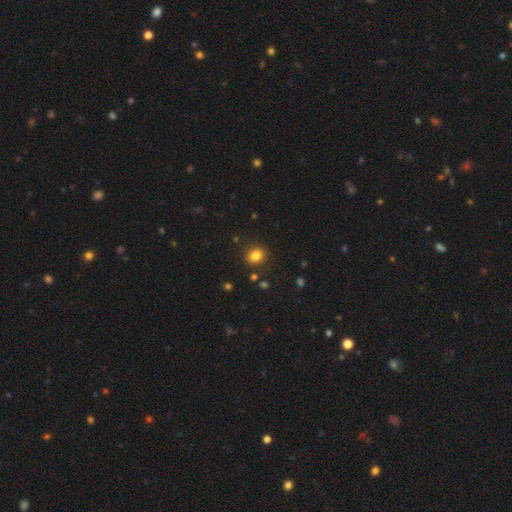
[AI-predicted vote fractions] Q: Smooth or featured?
A: smooth (82%); runner-up: star or artifact (12%)
Q: How rounded?
A: round (61%); runner-up: in between (38%)
Q: Merging?
A: none (86%); runner-up: minor disturbance (9%)